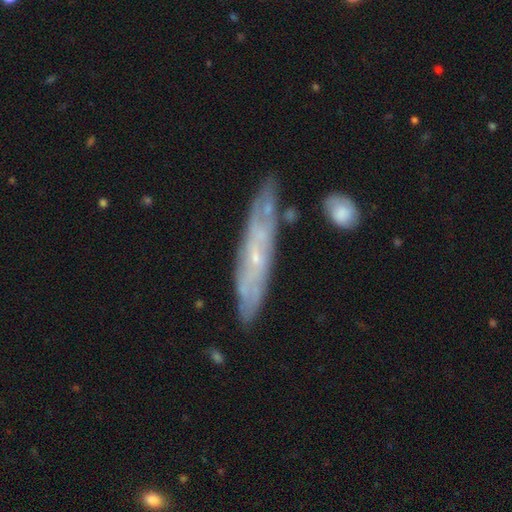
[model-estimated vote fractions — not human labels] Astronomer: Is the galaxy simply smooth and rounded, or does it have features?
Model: featured or disk — 72%.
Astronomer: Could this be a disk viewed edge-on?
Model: no — 56% (runner-up: yes, 44%).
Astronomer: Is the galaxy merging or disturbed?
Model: none — 77%.